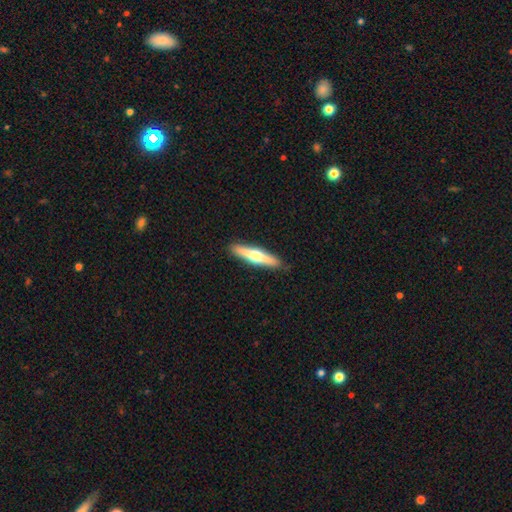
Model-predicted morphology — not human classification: A featured or disk galaxy (56%) viewed edge-on (95%) with a rounded central bulge (93%). Merging: none (90%).